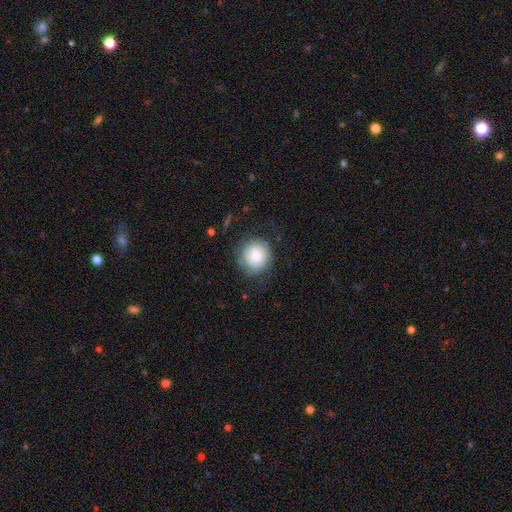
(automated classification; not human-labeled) Overall: smooth (66%). How rounded: round (89%). Merging: none (67%).